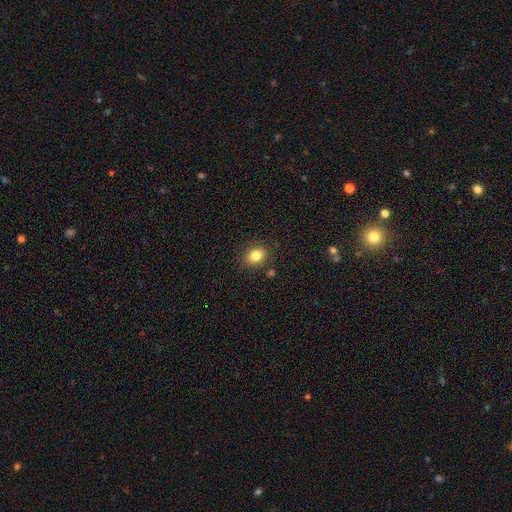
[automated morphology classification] This is clearly a smooth galaxy (84%). How rounded: likely in between (60%). Merging: clearly none (86%).